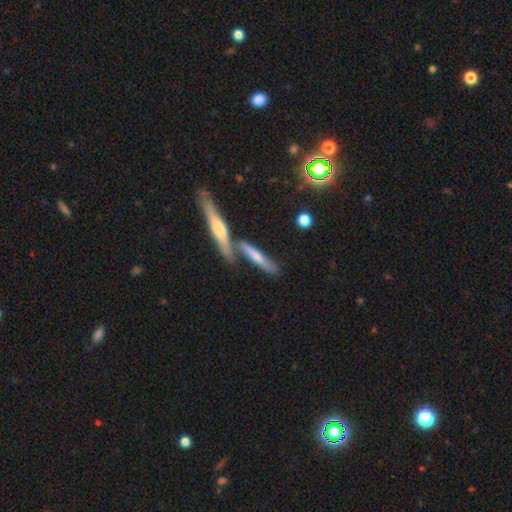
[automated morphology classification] This appears to be a smooth galaxy with no disk features (57%) that is cigar-shaped (83%). Merging: none (52%).